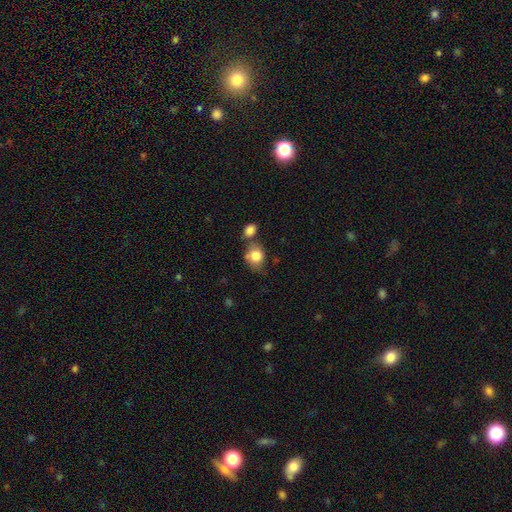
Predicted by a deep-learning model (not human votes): A smooth galaxy with no disk features (82%) that is round (53%). Merging: none (49%).